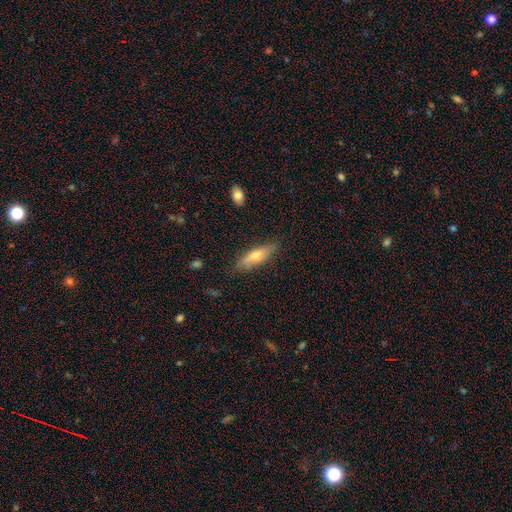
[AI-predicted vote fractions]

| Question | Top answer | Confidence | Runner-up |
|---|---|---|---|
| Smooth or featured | smooth | 57% | featured or disk (36%) |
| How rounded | cigar-shaped | 62% | in between (36%) |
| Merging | none | 82% | minor disturbance (14%) |